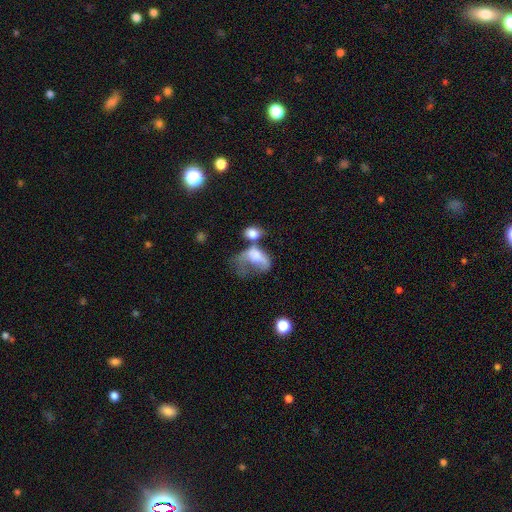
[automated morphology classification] smooth 60%, featured or disk 30%, star or artifact 10%. Down the decision tree: how rounded — in between (83%); merging — merger (41%).